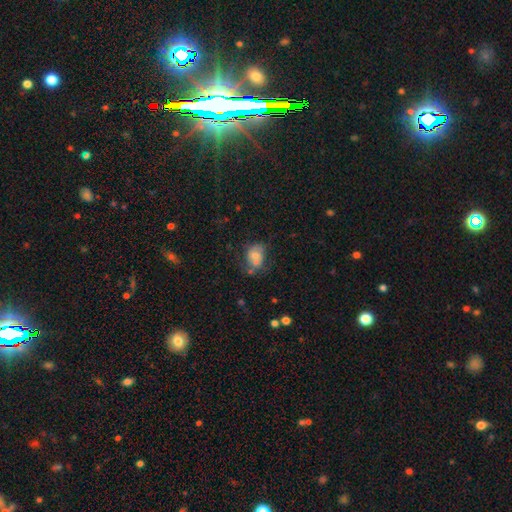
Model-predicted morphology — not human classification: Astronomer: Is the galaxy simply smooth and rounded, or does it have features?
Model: smooth — 54% (runner-up: featured or disk, 30%).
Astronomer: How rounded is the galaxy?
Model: in between — 55% (runner-up: round, 43%).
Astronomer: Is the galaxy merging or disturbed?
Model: none — 45% (runner-up: minor disturbance, 23%).